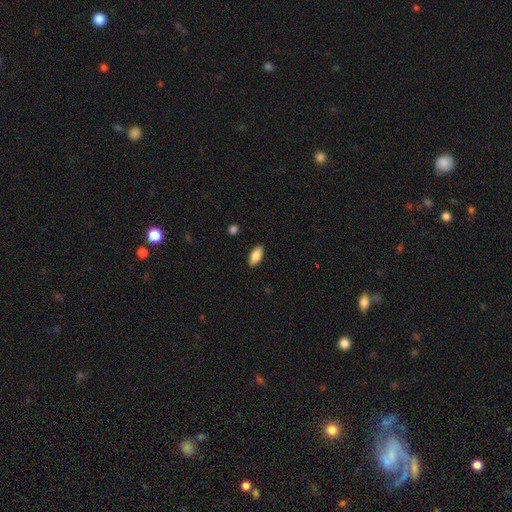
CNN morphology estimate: smooth 84%, featured or disk 9%, star or artifact 7%. Down the decision tree: how rounded — in between (90%); merging — none (88%).